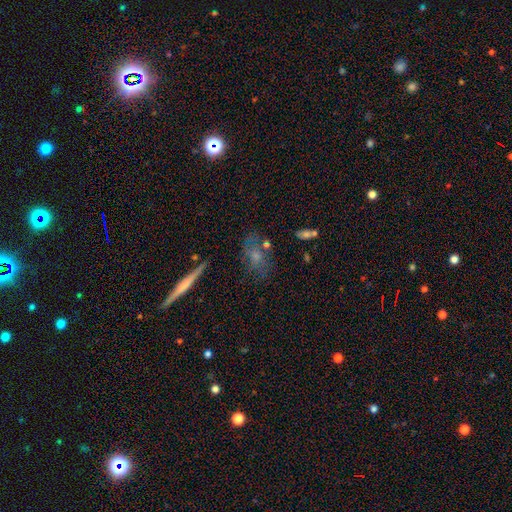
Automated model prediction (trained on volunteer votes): A smooth galaxy with no disk features (48%). Merging: none (65%).